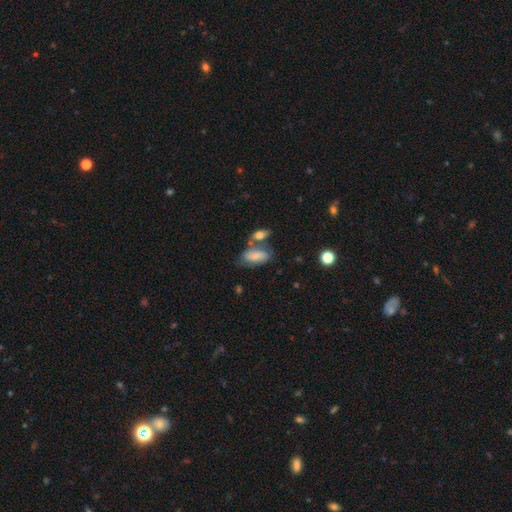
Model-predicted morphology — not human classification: Smooth or featured? Predicted: smooth (p=0.71). How rounded? Predicted: in between (p=0.88). Merging? Predicted: none (p=0.42).